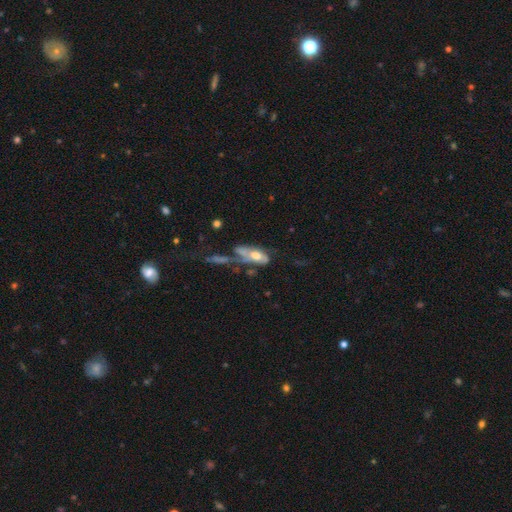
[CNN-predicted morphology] smooth-or-featured: featured or disk: 56% | smooth: 33% | star or artifact: 10%
  disk-edge-on: no: 83% | yes: 17%
  merging: merger: 34% | major disturbance: 33% | none: 19% | minor disturbance: 15%